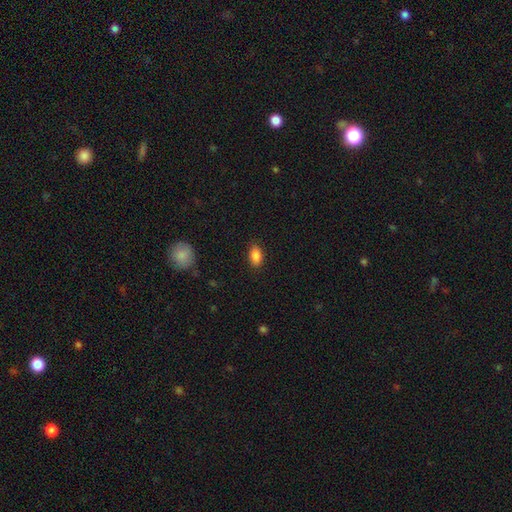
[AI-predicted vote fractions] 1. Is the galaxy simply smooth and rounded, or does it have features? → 87% smooth, 8% star or artifact, 5% featured or disk.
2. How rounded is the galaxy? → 91% in between, 6% round, 4% cigar-shaped.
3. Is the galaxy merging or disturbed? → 86% none, 11% minor disturbance, 3% major disturbance, 1% merger.